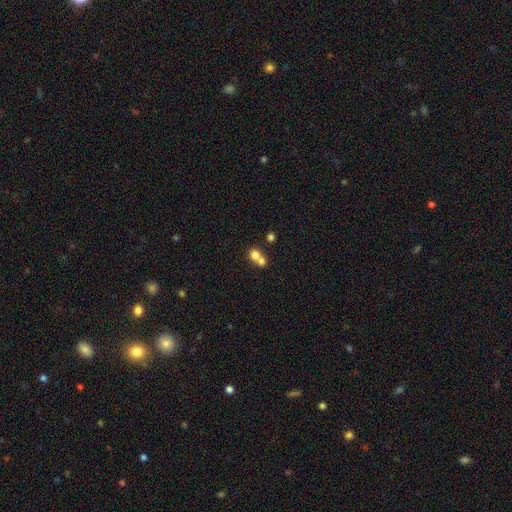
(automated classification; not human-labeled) A smooth galaxy with no disk features (74%) that is round (77%). Merging: merger (64%).